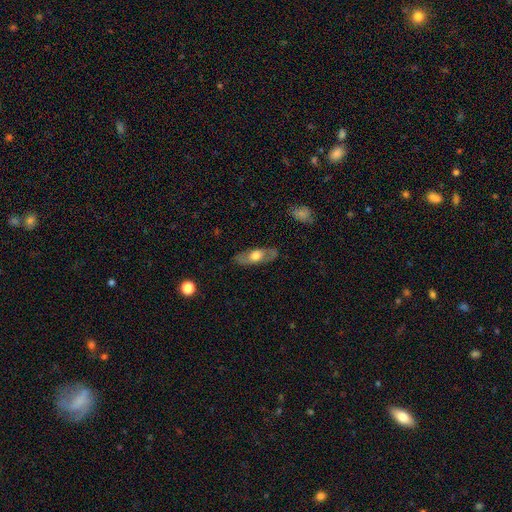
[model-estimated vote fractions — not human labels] Smooth or featured: featured or disk — 48% (smooth — 46%)
Merging: none — 83% (minor disturbance — 13%)